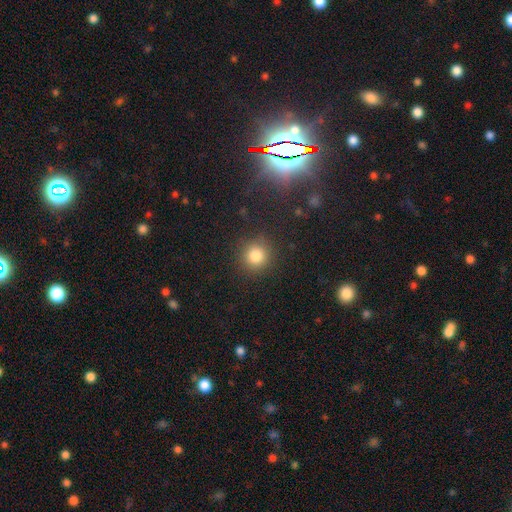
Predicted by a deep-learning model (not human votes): Smooth or featured?
  - smooth: 82% *
  - star or artifact: 12%
  - featured or disk: 5%
How rounded?
  - round: 92% *
  - in between: 7%
  - cigar-shaped: 1%
Merging?
  - none: 88% *
  - minor disturbance: 7%
  - major disturbance: 3%
  - merger: 2%